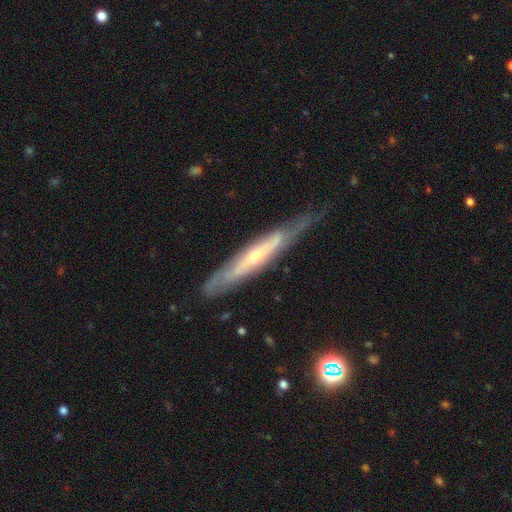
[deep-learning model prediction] Smooth or featured?
  - featured or disk: 74% *
  - smooth: 20%
  - star or artifact: 6%
Edge-on disk?
  - yes: 66% *
  - no: 34%
Merging?
  - none: 64% *
  - minor disturbance: 26%
  - major disturbance: 8%
  - merger: 2%